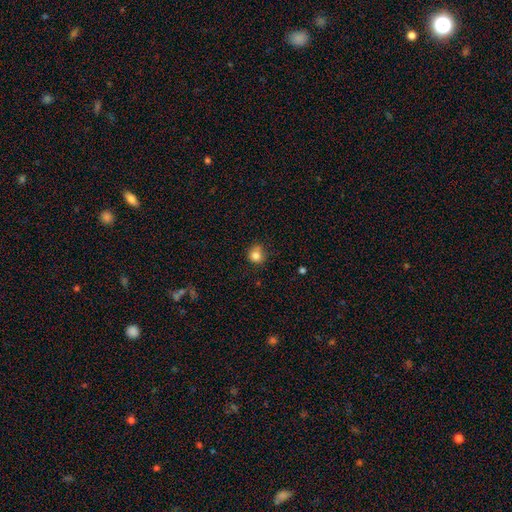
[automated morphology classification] Q: Smooth or featured?
A: smooth (83%); runner-up: star or artifact (11%)
Q: How rounded?
A: round (82%); runner-up: in between (17%)
Q: Merging?
A: none (64%); runner-up: minor disturbance (27%)